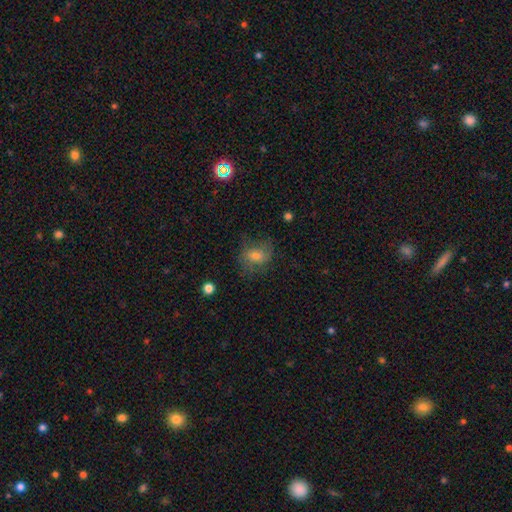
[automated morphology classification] A smooth galaxy with no disk features (62%) that is in between round and cigar-shaped (51%).

Vote fractions:
- Smooth or featured? smooth: 62% / featured or disk: 27% / star or artifact: 12%
- How rounded? in between: 51% / round: 48% / cigar-shaped: 1%
- Merging? none: 59% / minor disturbance: 23% / major disturbance: 17% / merger: 1%